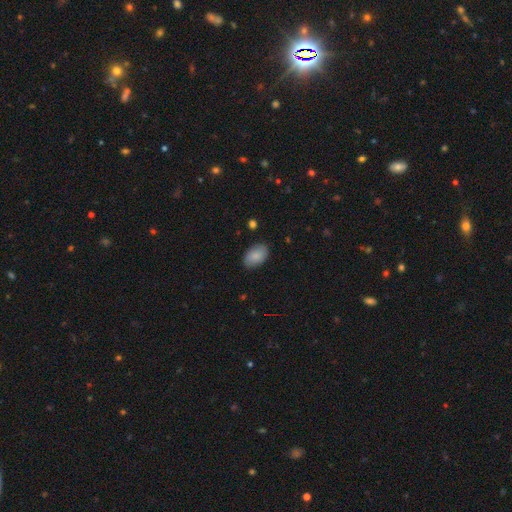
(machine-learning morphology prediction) Smooth or featured?
  - smooth: 85% *
  - featured or disk: 8%
  - star or artifact: 7%
How rounded?
  - in between: 92% *
  - round: 7%
  - cigar-shaped: 1%
Merging?
  - none: 86% *
  - minor disturbance: 11%
  - major disturbance: 2%
  - merger: 1%